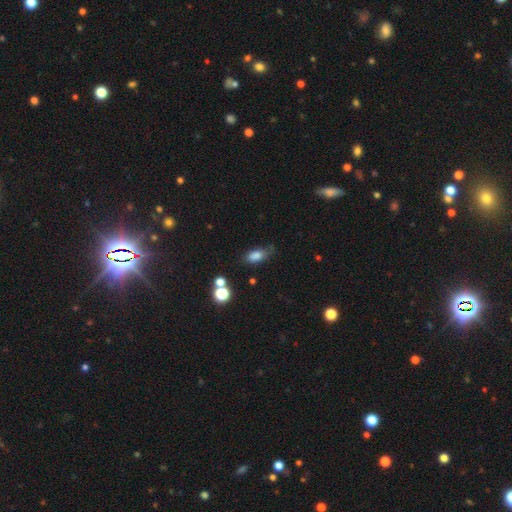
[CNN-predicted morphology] Q: Smooth or featured?
A: smooth (79%); runner-up: star or artifact (11%)
Q: How rounded?
A: in between (86%); runner-up: round (9%)
Q: Merging?
A: none (57%); runner-up: minor disturbance (28%)